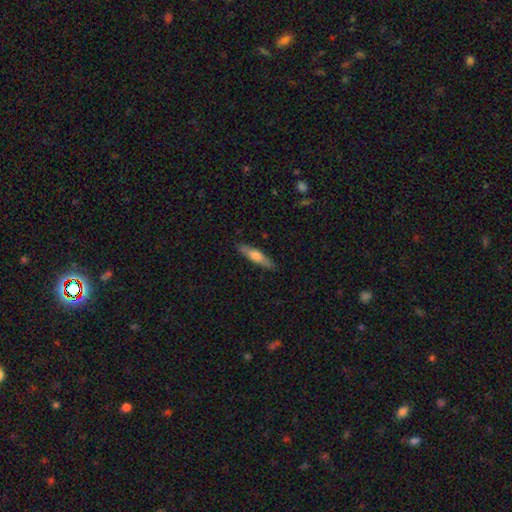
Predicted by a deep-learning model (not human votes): A smooth galaxy with no disk features (54%) that is cigar-shaped (79%). Merging: none (87%).